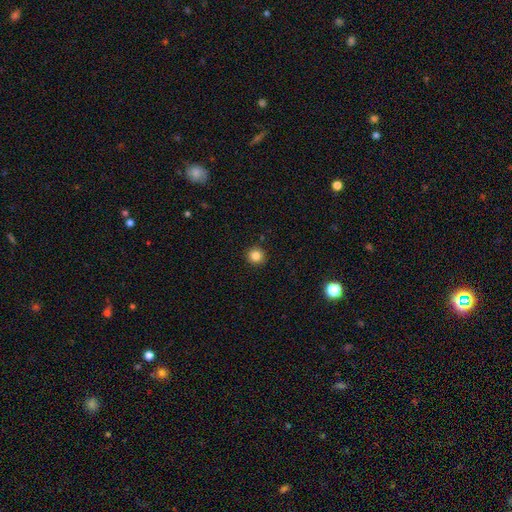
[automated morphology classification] This appears to be a smooth galaxy with no disk features (84%) that is round (95%). Merging: none (92%).